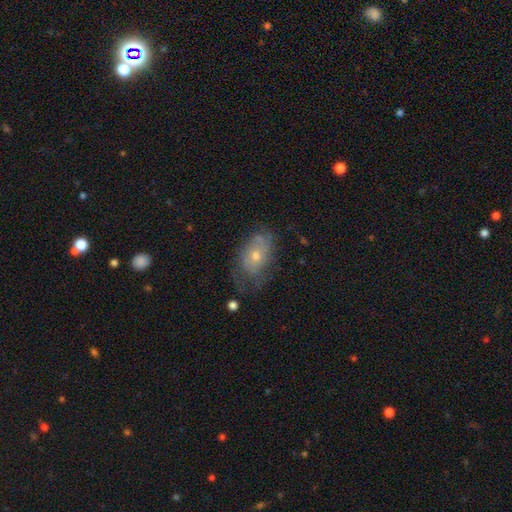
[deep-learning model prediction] Q: Smooth or featured?
A: featured or disk (45%); runner-up: smooth (44%)
Q: Merging?
A: none (52%); runner-up: minor disturbance (29%)